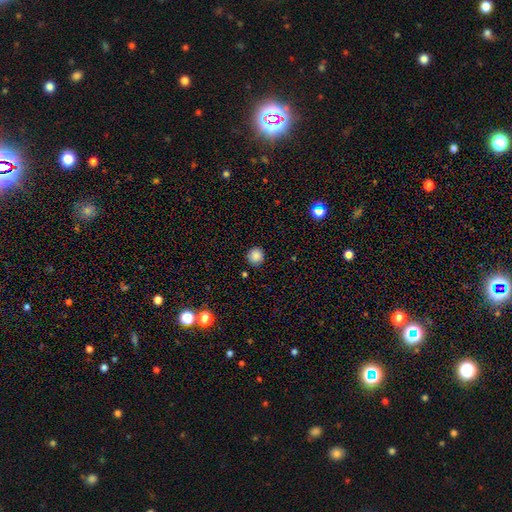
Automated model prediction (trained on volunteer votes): The model was most divided on "smooth or featured": smooth: 86%, star or artifact: 10%, featured or disk: 4%. More confident: how rounded — round (93%); merging — none (90%).